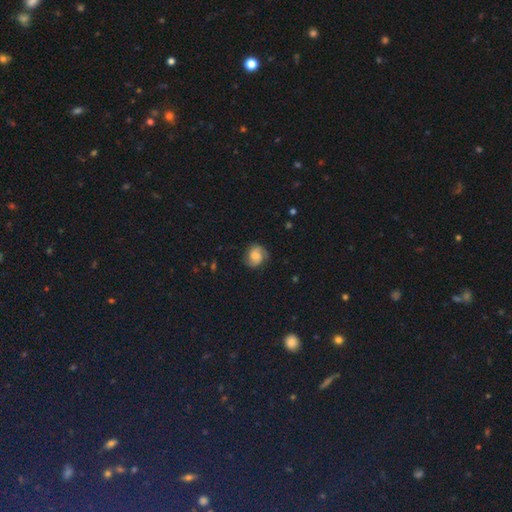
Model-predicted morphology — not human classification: A featured or disk galaxy (52%) with no bar (60%), spiral arms (92%) and a moderate central bulge (33%).

Vote fractions:
- Smooth or featured? featured or disk: 52% / smooth: 39% / star or artifact: 9%
- Edge-on disk? no: 98% / yes: 2%
- Bar? no: 60% / weak: 33% / strong: 7%
- Spiral arms? yes: 92% / no: 8%
- Bulge size? moderate: 33% / small: 29% / none: 19% / large: 16% / dominant: 3%
- Merging? none: 76% / minor disturbance: 17% / major disturbance: 6% / merger: 1%